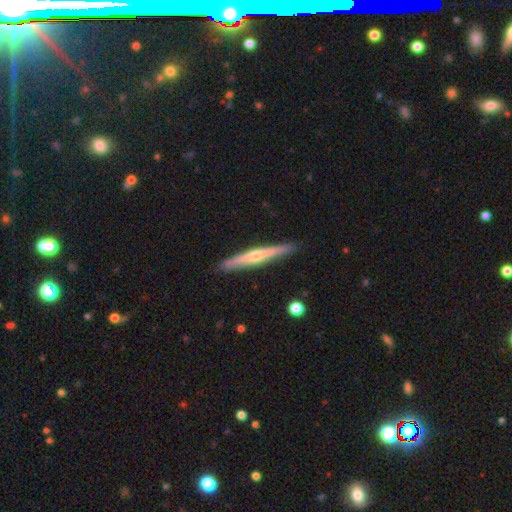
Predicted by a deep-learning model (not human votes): Q: Smooth or featured?
A: featured or disk (69%); runner-up: smooth (26%)
Q: Edge-on disk?
A: yes (97%); runner-up: no (3%)
Q: Edge-on bulge?
A: rounded (78%); runner-up: none (18%)
Q: Merging?
A: none (90%); runner-up: minor disturbance (7%)